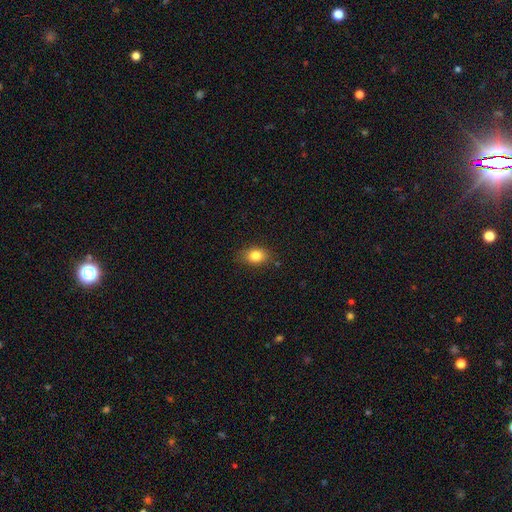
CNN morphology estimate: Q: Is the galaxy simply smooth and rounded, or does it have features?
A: smooth — 83%.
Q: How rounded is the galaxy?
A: in between — 72%.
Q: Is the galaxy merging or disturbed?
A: none — 82%.